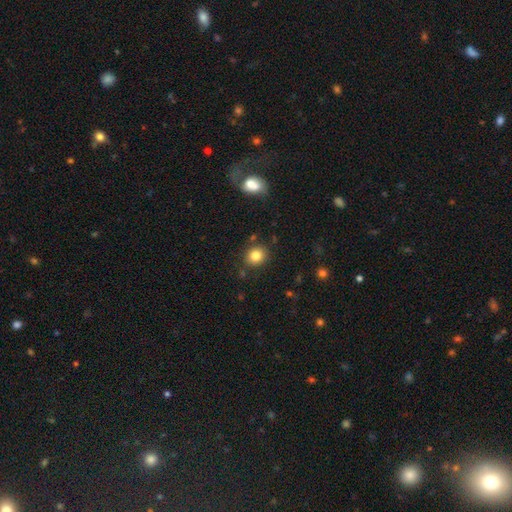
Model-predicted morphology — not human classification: Smooth or featured: smooth — 83% (star or artifact — 11%)
How rounded: round — 76% (in between — 23%)
Merging: none — 84% (minor disturbance — 9%)